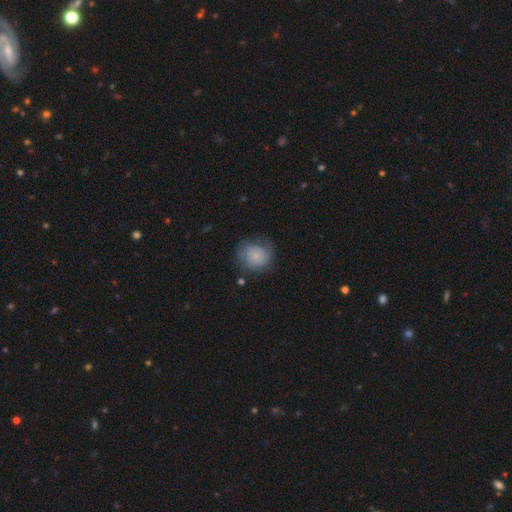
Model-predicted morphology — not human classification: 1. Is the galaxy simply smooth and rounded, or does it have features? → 61% smooth, 30% featured or disk, 9% star or artifact.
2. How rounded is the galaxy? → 80% round, 19% in between, 1% cigar-shaped.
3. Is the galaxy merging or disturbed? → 57% none, 26% minor disturbance, 15% major disturbance, 2% merger.